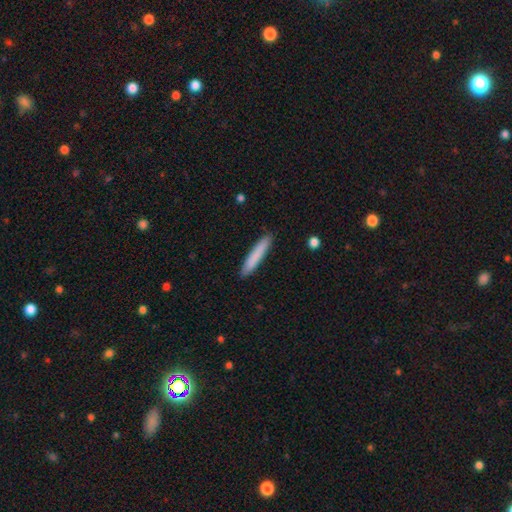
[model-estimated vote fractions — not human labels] Smooth or featured: smooth — 81% (featured or disk — 13%)
How rounded: cigar-shaped — 94% (in between — 5%)
Merging: none — 91% (minor disturbance — 7%)